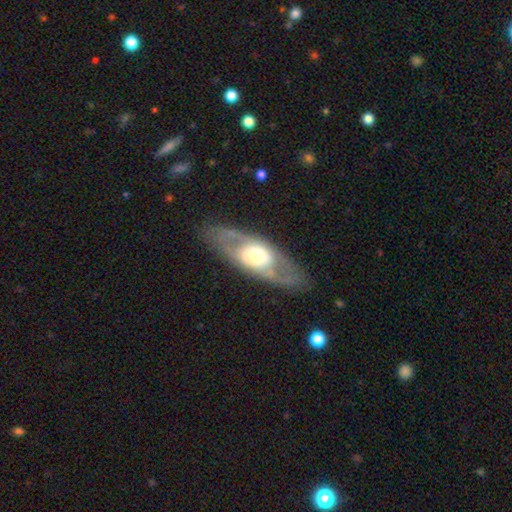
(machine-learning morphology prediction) This is likely a featured or disk galaxy (68%). It is likely not viewed edge-on (79%). Bar: likely no (73%). Spiral arm pattern: likely no (62%). Central bulge: possibly moderate (49%). Merging: clearly none (81%).